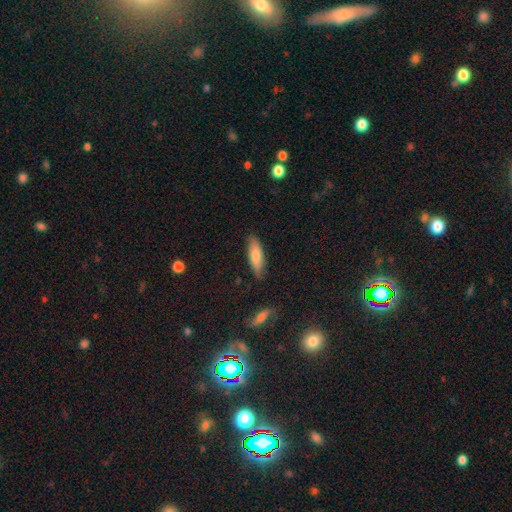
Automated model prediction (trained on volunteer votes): This appears to be a smooth galaxy with no disk features (72%) that is cigar-shaped (57%). Merging: none (85%).